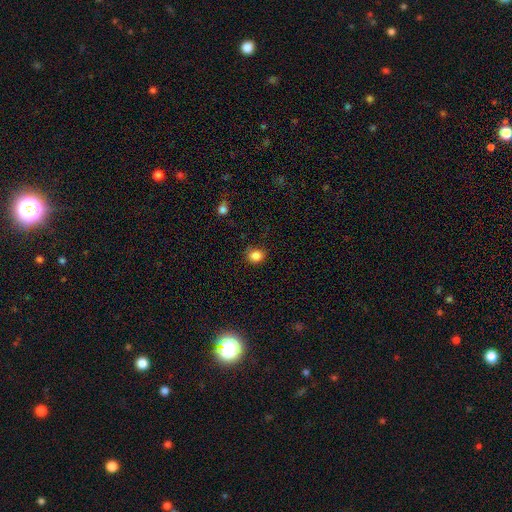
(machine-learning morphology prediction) Q: Smooth or featured?
A: smooth (85%); runner-up: star or artifact (11%)
Q: How rounded?
A: round (71%); runner-up: in between (28%)
Q: Merging?
A: none (78%); runner-up: minor disturbance (16%)